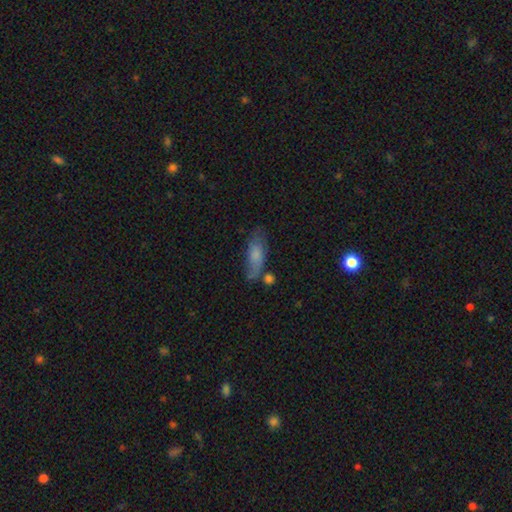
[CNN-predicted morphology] Smooth or featured?
  - smooth: 68% *
  - featured or disk: 24%
  - star or artifact: 8%
How rounded?
  - in between: 72% *
  - cigar-shaped: 25%
  - round: 3%
Merging?
  - none: 50% *
  - minor disturbance: 28%
  - major disturbance: 13%
  - merger: 10%